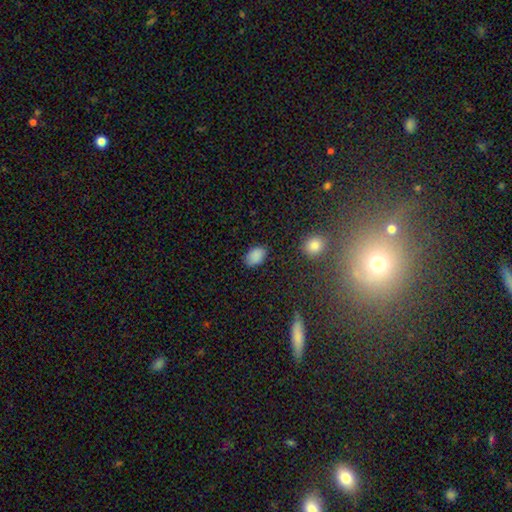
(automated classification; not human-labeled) A smooth galaxy with no disk features (88%) that is in between round and cigar-shaped (86%). Merging: none (84%).